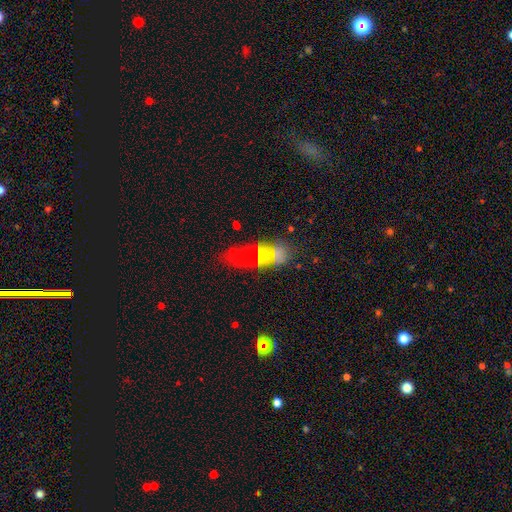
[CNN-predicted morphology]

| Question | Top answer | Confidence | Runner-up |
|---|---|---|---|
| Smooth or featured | smooth | 49% | star or artifact (26%) |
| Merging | none | 51% | minor disturbance (20%) |